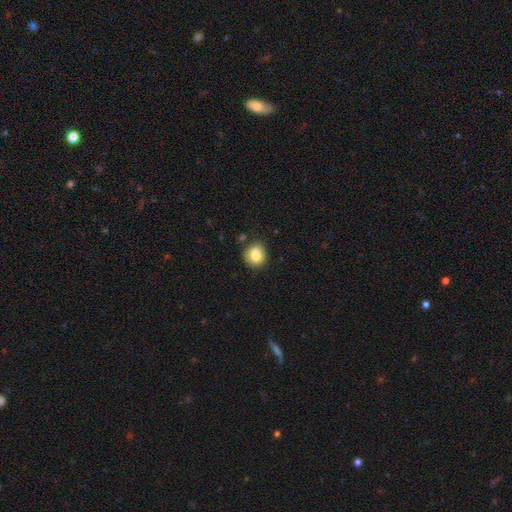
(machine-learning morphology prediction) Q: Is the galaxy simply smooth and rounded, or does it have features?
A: smooth — 81%.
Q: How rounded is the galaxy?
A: round — 79%.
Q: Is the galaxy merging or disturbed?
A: none — 81%.